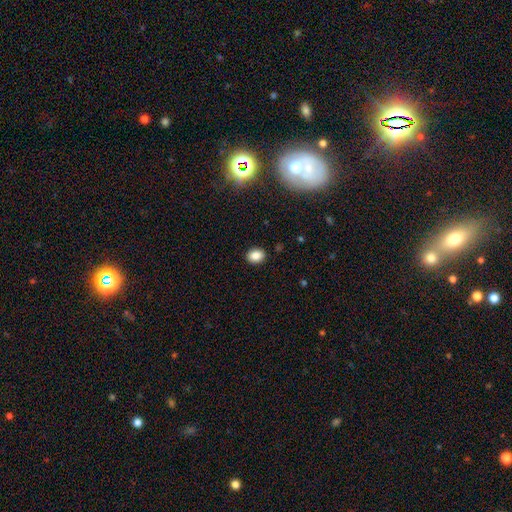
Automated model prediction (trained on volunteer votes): smooth-or-featured: smooth: 84% | star or artifact: 10% | featured or disk: 5%
  how-rounded: in between: 58% | round: 41% | cigar-shaped: 1%
  merging: none: 90% | minor disturbance: 7% | major disturbance: 2% | merger: 1%